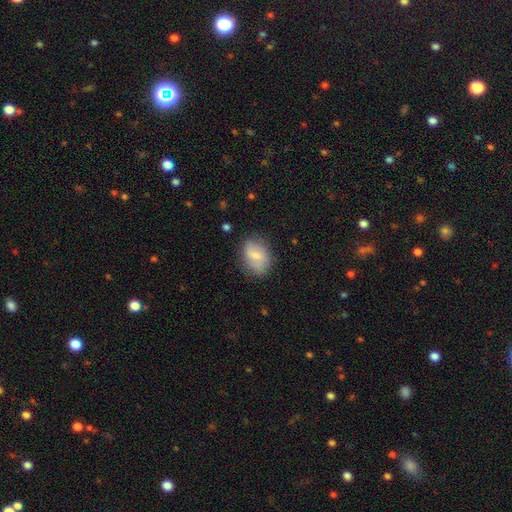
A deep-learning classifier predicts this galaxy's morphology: smooth_or_featured: smooth (p=0.60) [alt: featured or disk p=0.32]
how_rounded: in between (p=0.77) [alt: round p=0.22]
merging: none (p=0.73) [alt: minor disturbance p=0.20]